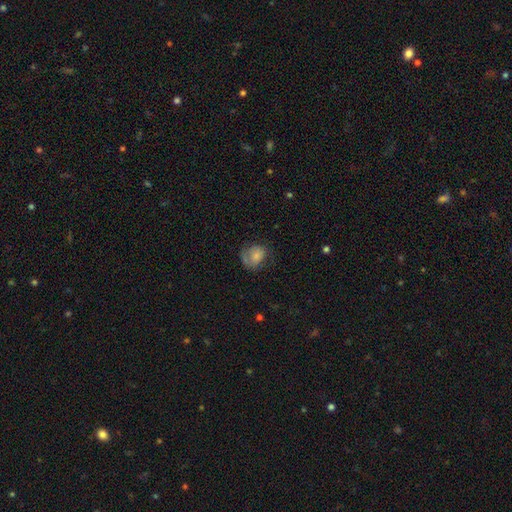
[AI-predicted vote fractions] Q: Smooth or featured?
A: smooth (67%); runner-up: featured or disk (24%)
Q: How rounded?
A: round (56%); runner-up: in between (43%)
Q: Merging?
A: none (49%); runner-up: minor disturbance (27%)